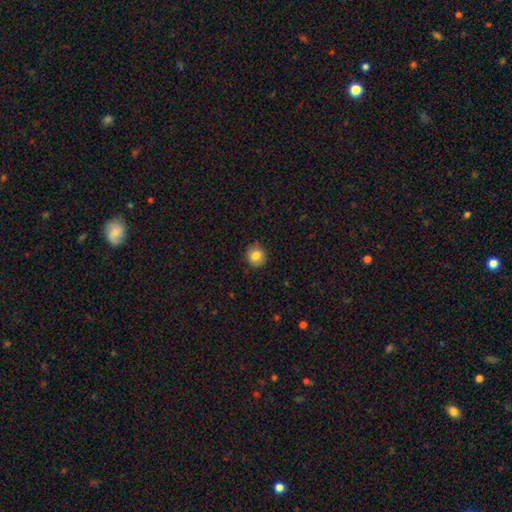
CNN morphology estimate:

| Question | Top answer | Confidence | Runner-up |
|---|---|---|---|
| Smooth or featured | smooth | 83% | star or artifact (9%) |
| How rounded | round | 89% | in between (10%) |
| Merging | none | 89% | minor disturbance (8%) |